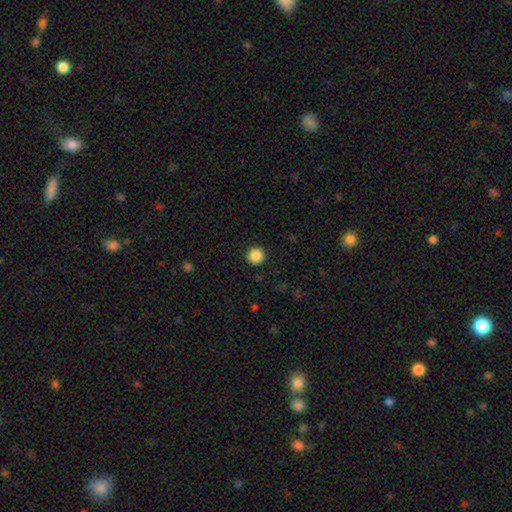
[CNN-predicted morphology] Q: Smooth or featured?
A: smooth (87%); runner-up: star or artifact (10%)
Q: How rounded?
A: round (96%); runner-up: in between (3%)
Q: Merging?
A: none (92%); runner-up: minor disturbance (5%)